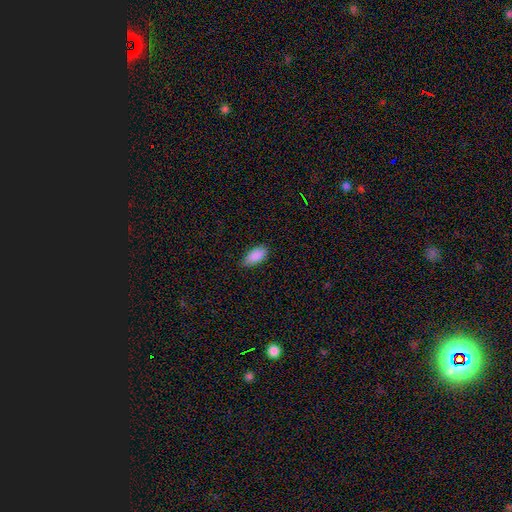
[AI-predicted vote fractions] smooth_or_featured: smooth (p=0.89) [alt: star or artifact p=0.07]
how_rounded: in between (p=0.92) [alt: cigar-shaped p=0.06]
merging: none (p=0.76) [alt: minor disturbance p=0.20]